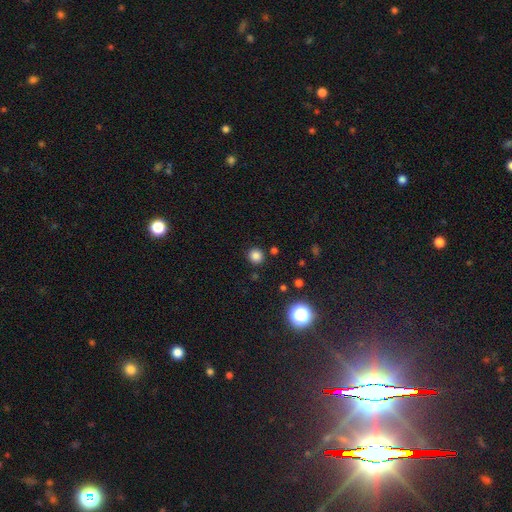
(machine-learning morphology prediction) The model was most divided on "smooth or featured": smooth: 82%, star or artifact: 14%, featured or disk: 4%. More confident: how rounded — round (91%); merging — none (89%).